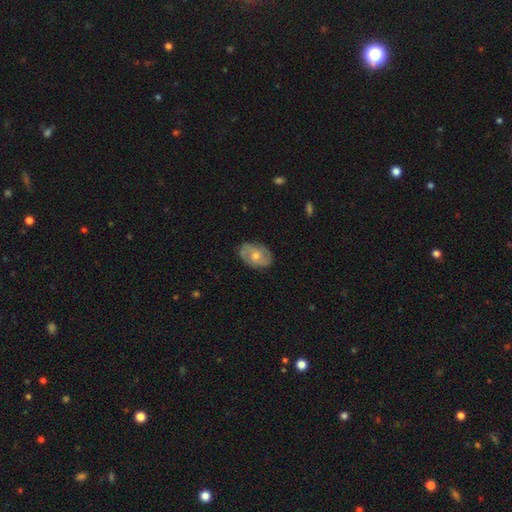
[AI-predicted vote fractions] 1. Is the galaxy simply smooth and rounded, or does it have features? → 61% featured or disk, 31% smooth, 8% star or artifact.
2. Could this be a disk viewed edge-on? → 94% no, 6% yes.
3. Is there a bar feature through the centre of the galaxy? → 71% no, 24% weak, 5% strong.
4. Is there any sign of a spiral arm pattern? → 73% yes, 27% no.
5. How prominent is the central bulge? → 65% moderate, 30% small, 3% large, 1% none, 1% dominant.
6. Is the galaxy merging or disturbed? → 79% none, 16% minor disturbance, 4% major disturbance, 1% merger.